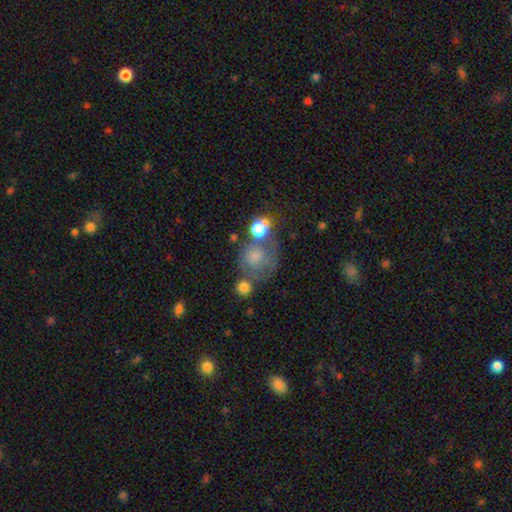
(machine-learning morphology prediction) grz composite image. It shows a smooth galaxy with no disk features (61%) that is round (75%). Merging: none (37%).